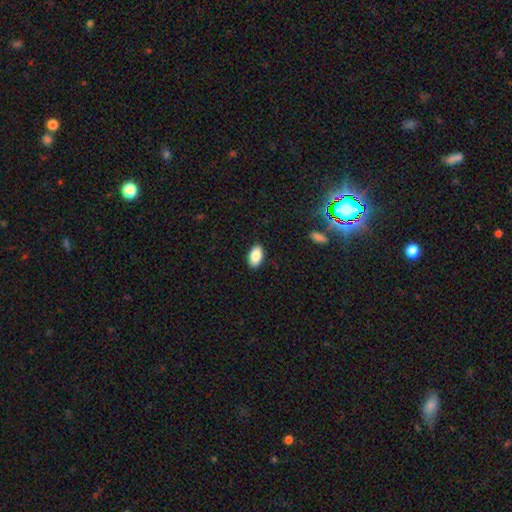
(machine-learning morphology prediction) smooth-or-featured: smooth: 87% | star or artifact: 7% | featured or disk: 6%
  how-rounded: in between: 94% | round: 4% | cigar-shaped: 2%
  merging: none: 89% | minor disturbance: 8% | major disturbance: 2% | merger: 1%